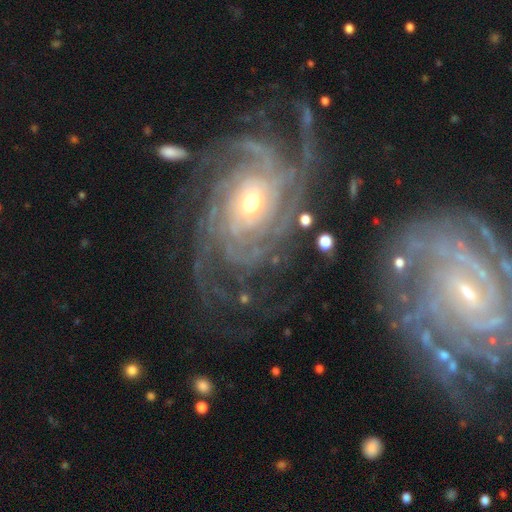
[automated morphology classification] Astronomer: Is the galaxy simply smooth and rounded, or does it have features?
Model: featured or disk — 91%.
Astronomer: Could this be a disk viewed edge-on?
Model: no — 97%.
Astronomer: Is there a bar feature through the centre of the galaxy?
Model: no — 64%.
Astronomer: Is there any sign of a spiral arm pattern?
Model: yes — 98%.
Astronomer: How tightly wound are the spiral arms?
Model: tight — 70%.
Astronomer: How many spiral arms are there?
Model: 4 — 27% (runner-up: more than 4, 22%).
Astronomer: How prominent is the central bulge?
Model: moderate — 55% (runner-up: small, 36%).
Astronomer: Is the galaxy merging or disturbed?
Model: none — 69%.